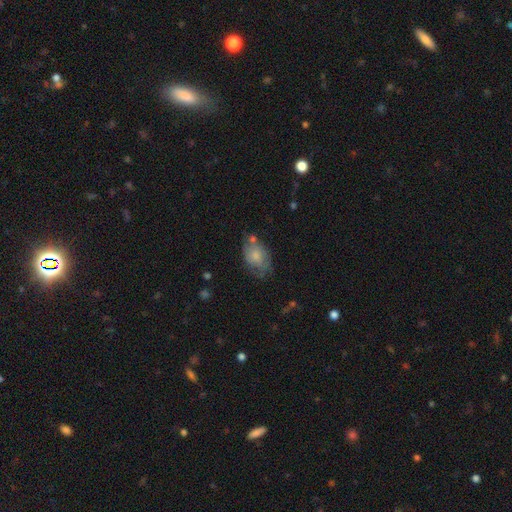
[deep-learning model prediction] Smooth or featured? smooth (67%)
How rounded? in between (86%)
Merging? none (47%)